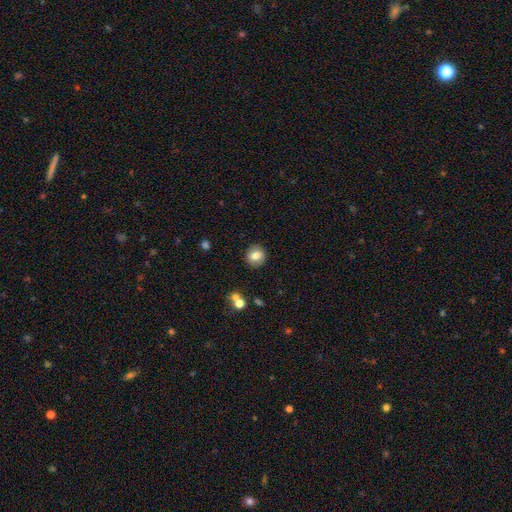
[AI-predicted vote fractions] smooth_or_featured: smooth (p=0.78) [alt: featured or disk p=0.13]
how_rounded: round (p=0.79) [alt: in between p=0.20]
merging: none (p=0.89) [alt: minor disturbance p=0.07]